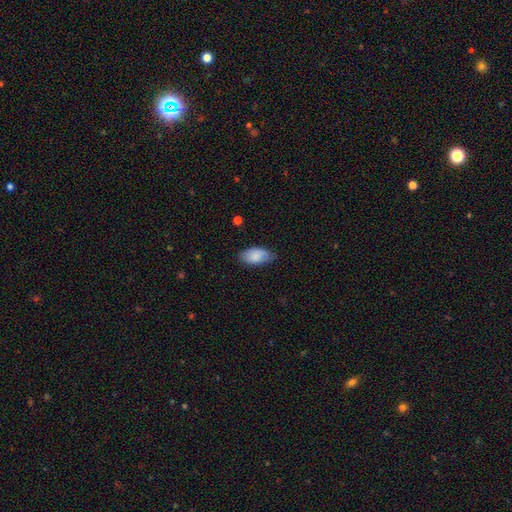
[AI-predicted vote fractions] A smooth galaxy with no disk features (84%) that is in between round and cigar-shaped (94%).

Vote fractions:
- Smooth or featured? smooth: 84% / featured or disk: 10% / star or artifact: 6%
- How rounded? in between: 94% / round: 3% / cigar-shaped: 3%
- Merging? none: 73% / minor disturbance: 22% / major disturbance: 4% / merger: 1%